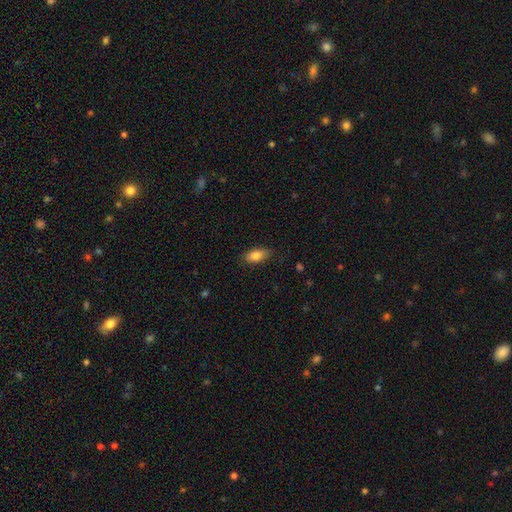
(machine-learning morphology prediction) smooth 81%, featured or disk 12%, star or artifact 7%. Down the decision tree: how rounded — in between (86%); merging — none (81%).